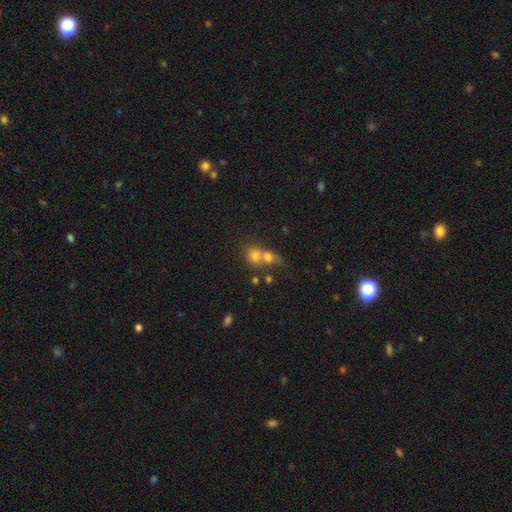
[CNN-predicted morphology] smooth-or-featured: smooth: 69% | featured or disk: 17% | star or artifact: 13%
  how-rounded: round: 72% | in between: 27% | cigar-shaped: 2%
  merging: merger: 66% | none: 24% | minor disturbance: 6% | major disturbance: 4%